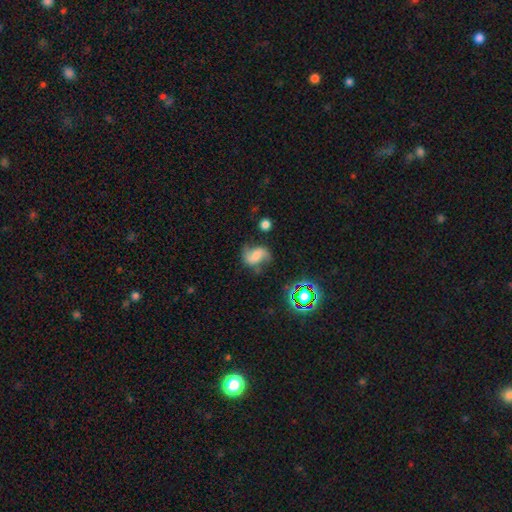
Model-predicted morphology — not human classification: Smooth or featured: featured or disk — 61% (smooth — 26%)
Edge-on disk: no — 97% (yes — 3%)
Bar: no — 43% (weak — 37%)
Spiral arms: yes — 92% (no — 8%)
Spiral winding: loose — 57% (medium — 33%)
Spiral arm count: 2 — 88% (can't tell — 4%)
Bulge size: none — 38% (small — 23%)
Merging: none — 59% (minor disturbance — 23%)